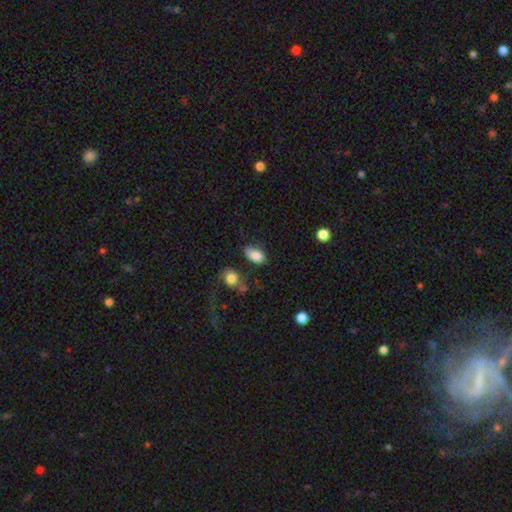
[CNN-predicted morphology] smooth_or_featured: smooth (p=0.84) [alt: star or artifact p=0.08]
how_rounded: in between (p=0.91) [alt: round p=0.07]
merging: none (p=0.62) [alt: minor disturbance p=0.25]